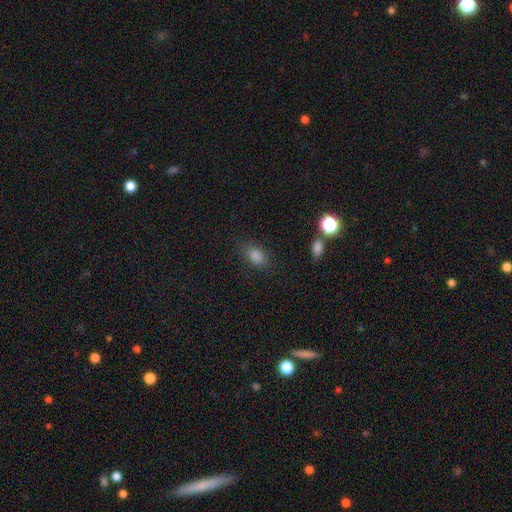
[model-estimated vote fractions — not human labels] Morphology: type=smooth (80%); roundness=in between (75%); merging=none (79%).